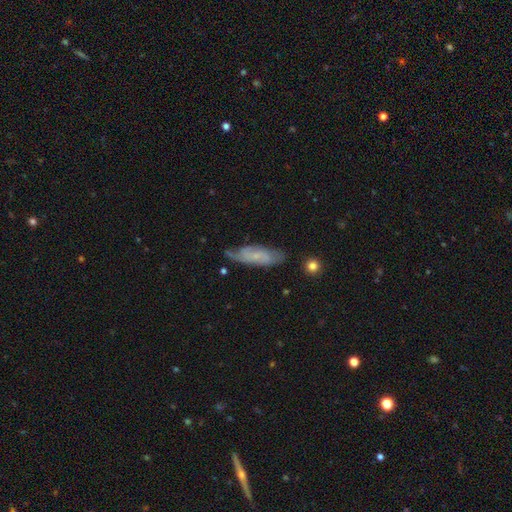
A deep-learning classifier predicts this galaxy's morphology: A featured or disk galaxy (52%). Merging: none (67%).